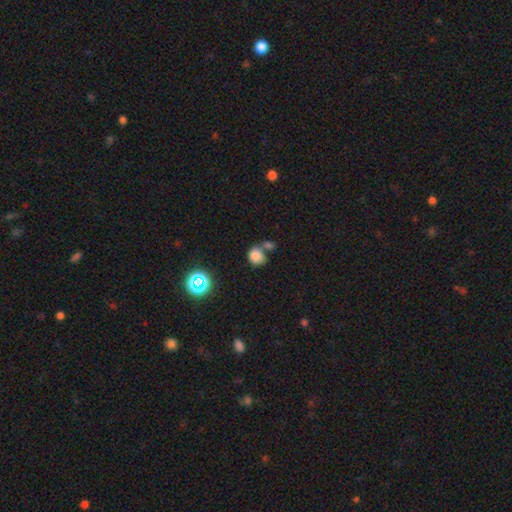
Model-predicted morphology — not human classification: A smooth galaxy with no disk features (79%) that is round (71%). Merging: none (41%).